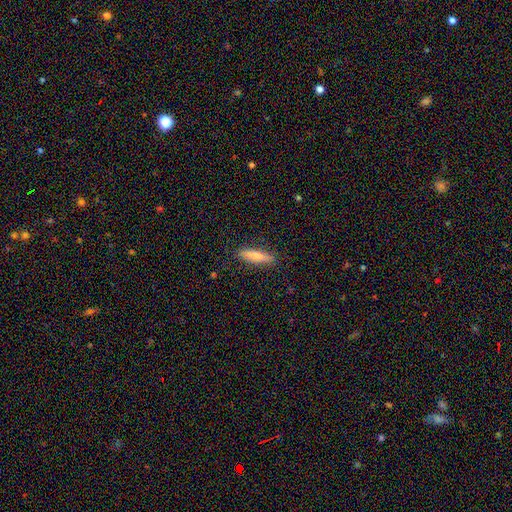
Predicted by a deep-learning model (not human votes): The model was most divided on "smooth or featured": smooth: 76%, featured or disk: 18%, star or artifact: 6%. More confident: merging — none (86%); how rounded — cigar-shaped (79%).